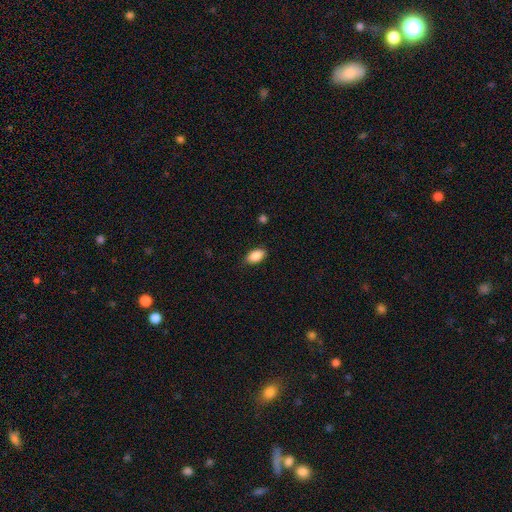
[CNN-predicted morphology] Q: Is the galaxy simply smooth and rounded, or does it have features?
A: smooth — 88%.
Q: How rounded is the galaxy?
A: in between — 93%.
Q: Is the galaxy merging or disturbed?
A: none — 87%.